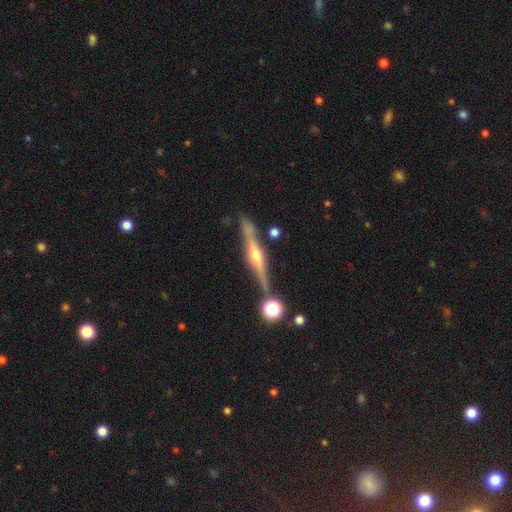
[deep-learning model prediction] A featured or disk galaxy (81%) viewed edge-on (97%) with a rounded central bulge (87%).

Vote fractions:
- Smooth or featured? featured or disk: 81% / smooth: 12% / star or artifact: 7%
- Edge-on disk? yes: 97% / no: 3%
- Edge-on bulge? rounded: 87% / boxy: 7% / none: 5%
- Merging? none: 81% / minor disturbance: 10% / merger: 6% / major disturbance: 3%